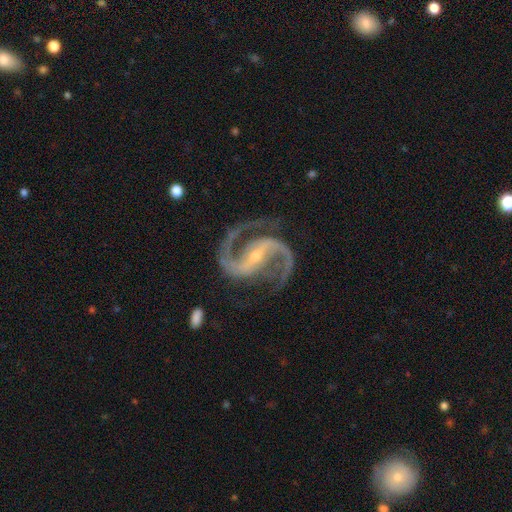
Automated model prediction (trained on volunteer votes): Morphology: type=featured or disk (94%); edge-on=no (98%); bar=strong (61%); spiral arms=yes (99%); winding=medium (66%); arm count=2 (94%); bulge=small (72%); merging=none (80%).